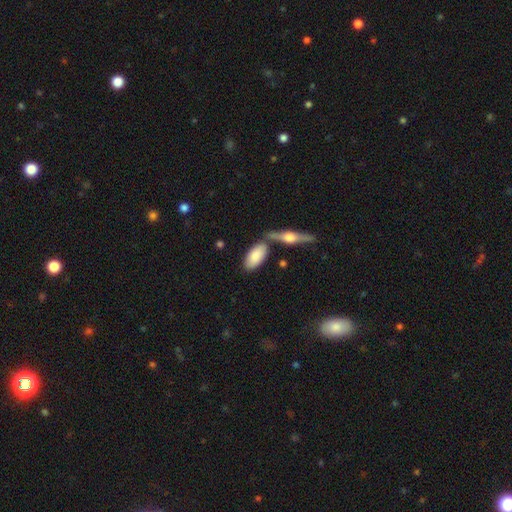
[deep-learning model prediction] smooth_or_featured: smooth (p=0.78) [alt: featured or disk p=0.16]
how_rounded: in between (p=0.89) [alt: cigar-shaped p=0.08]
merging: none (p=0.64) [alt: merger p=0.19]